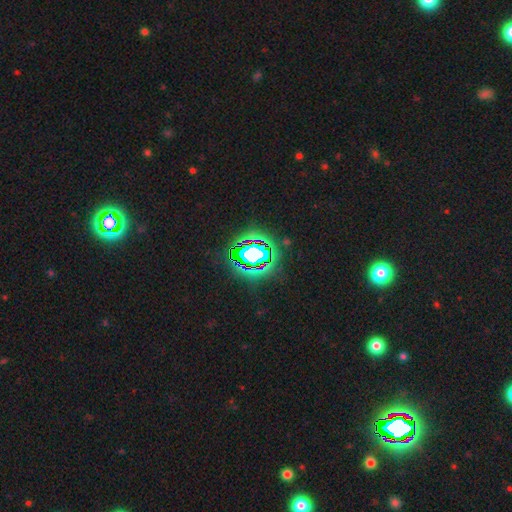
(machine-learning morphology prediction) type=star or artifact (69%).